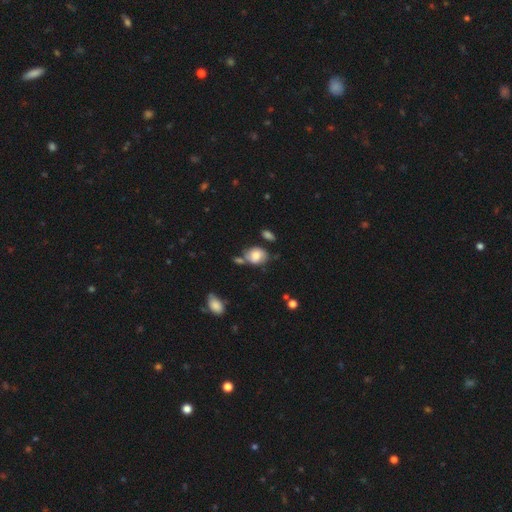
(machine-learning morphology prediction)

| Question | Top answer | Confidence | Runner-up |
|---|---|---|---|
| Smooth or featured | smooth | 67% | featured or disk (23%) |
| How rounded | in between | 58% | round (40%) |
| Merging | none | 49% | minor disturbance (26%) |